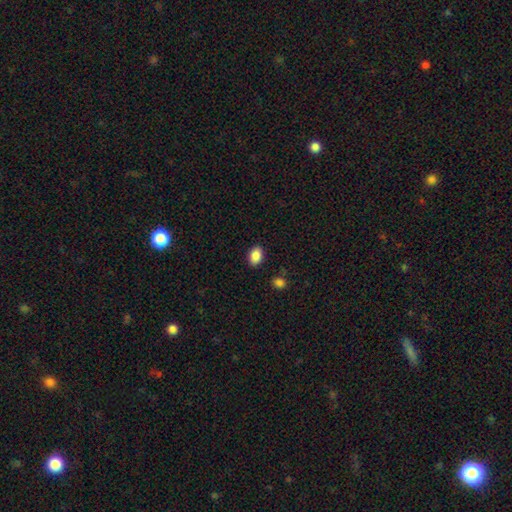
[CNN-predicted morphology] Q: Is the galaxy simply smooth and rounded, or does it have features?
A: smooth — 88%.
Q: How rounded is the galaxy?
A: in between — 81%.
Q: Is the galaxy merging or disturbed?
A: none — 88%.